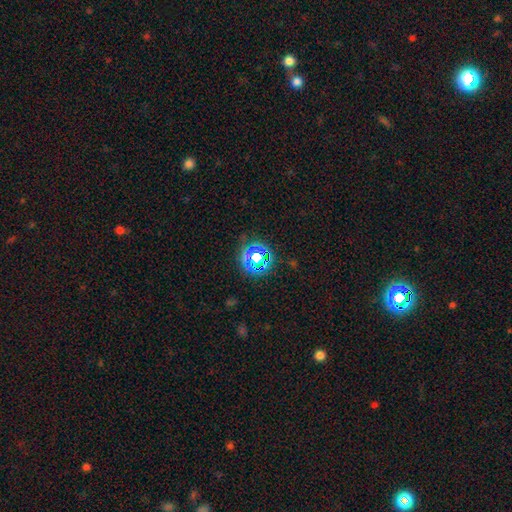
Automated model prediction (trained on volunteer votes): This is likely a star or artifact rather than a galaxy (65%).